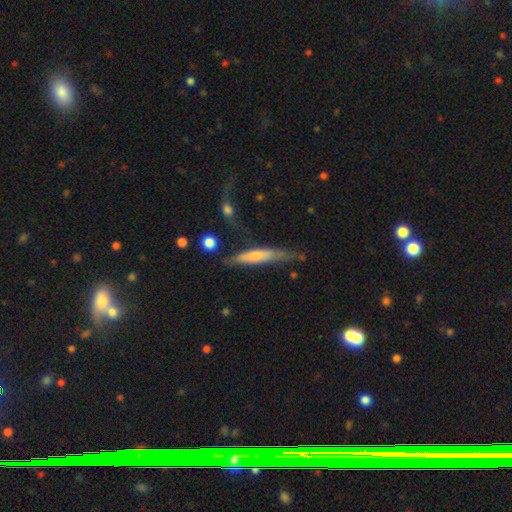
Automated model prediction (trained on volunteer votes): Smooth or featured? Predicted: smooth (p=0.59). How rounded? Predicted: cigar-shaped (p=0.87). Merging? Predicted: none (p=0.55).